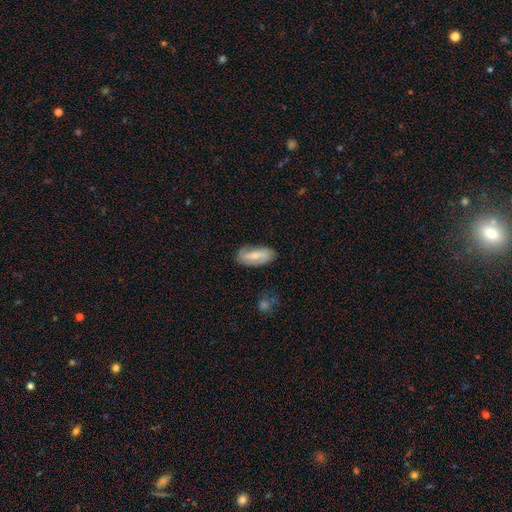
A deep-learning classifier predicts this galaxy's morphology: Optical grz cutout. It shows a smooth galaxy with no disk features (47%, tied with featured or disk). Merging: none (75%).